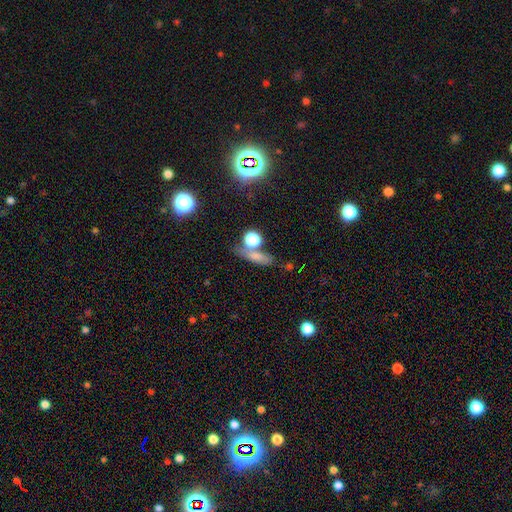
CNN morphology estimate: smooth-or-featured: smooth: 68% | star or artifact: 18% | featured or disk: 14%
  how-rounded: cigar-shaped: 41% | in between: 37% | round: 22%
  merging: none: 58% | merger: 19% | minor disturbance: 14% | major disturbance: 8%